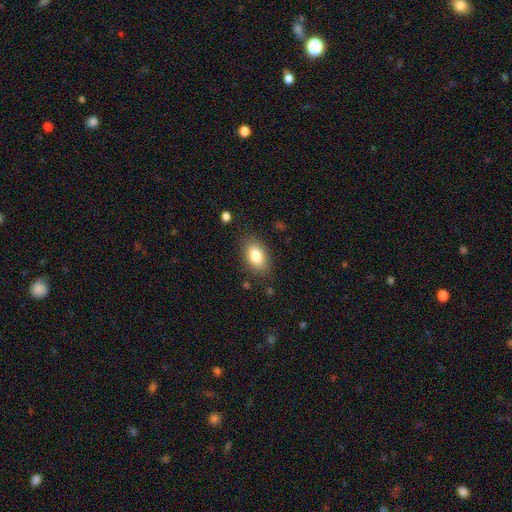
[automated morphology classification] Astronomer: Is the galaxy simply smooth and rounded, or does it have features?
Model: smooth — 83%.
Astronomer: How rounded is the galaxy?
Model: in between — 89%.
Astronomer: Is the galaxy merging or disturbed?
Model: none — 83%.